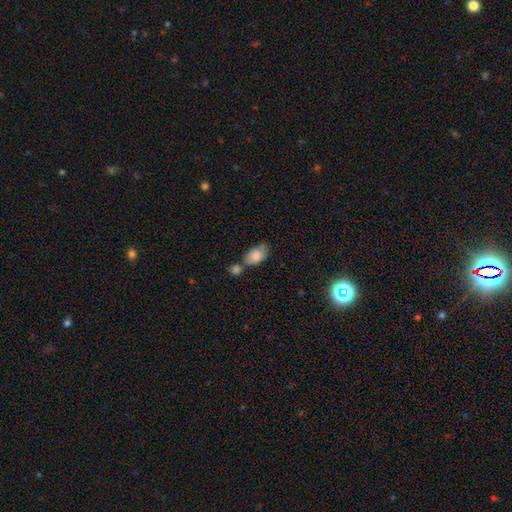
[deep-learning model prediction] Smooth or featured? Predicted: smooth (p=0.82). How rounded? Predicted: in between (p=0.90). Merging? Predicted: none (p=0.40).